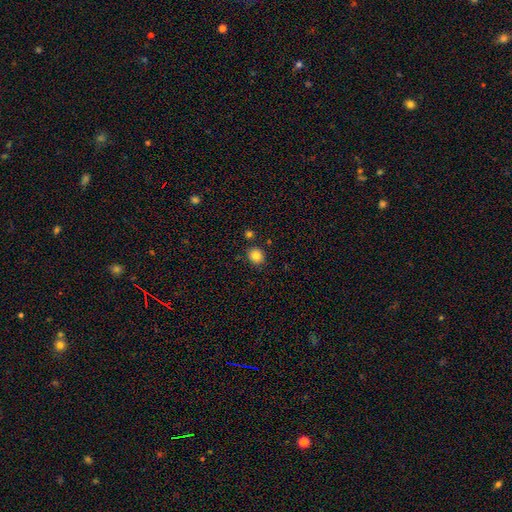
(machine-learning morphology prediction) This is clearly a smooth galaxy (85%). How rounded: clearly round (81%). Merging: clearly none (84%).